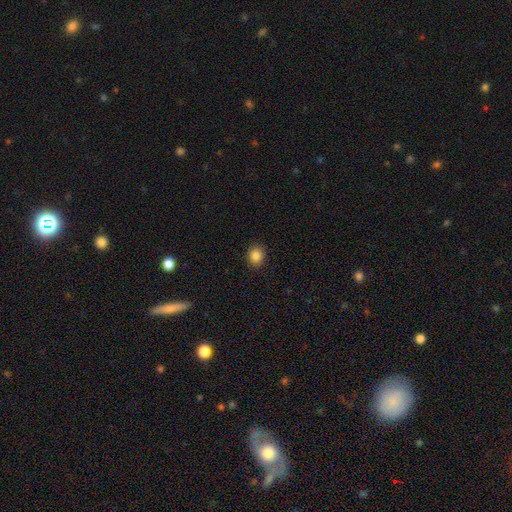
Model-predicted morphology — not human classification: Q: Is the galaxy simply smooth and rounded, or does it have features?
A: smooth — 85%.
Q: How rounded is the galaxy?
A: round — 76%.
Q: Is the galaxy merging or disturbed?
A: none — 90%.